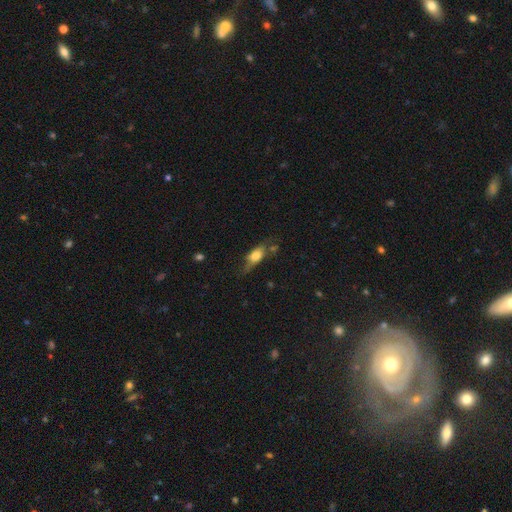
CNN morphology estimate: smooth_or_featured: smooth (p=0.61) [alt: featured or disk p=0.31]
how_rounded: in between (p=0.69) [alt: cigar-shaped p=0.24]
merging: none (p=0.54) [alt: minor disturbance p=0.29]